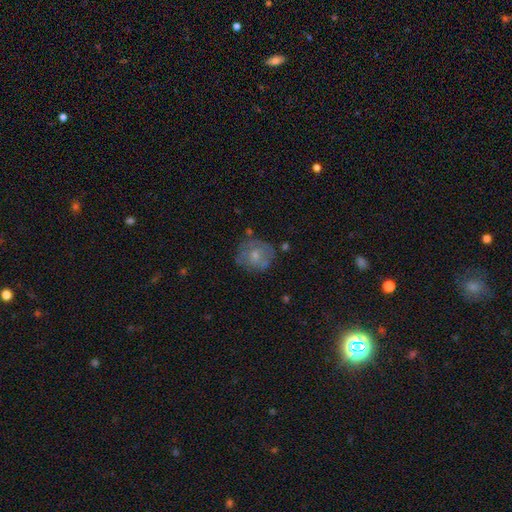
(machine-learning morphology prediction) A smooth galaxy with no disk features (53%) that is round (78%). Merging: none (60%).